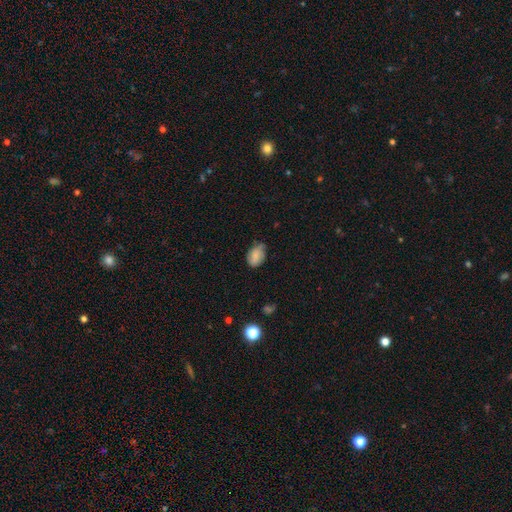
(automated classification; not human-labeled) Smooth or featured?
  - smooth: 81% *
  - featured or disk: 11%
  - star or artifact: 8%
How rounded?
  - in between: 84% *
  - round: 14%
  - cigar-shaped: 1%
Merging?
  - none: 55% *
  - minor disturbance: 37%
  - major disturbance: 7%
  - merger: 2%